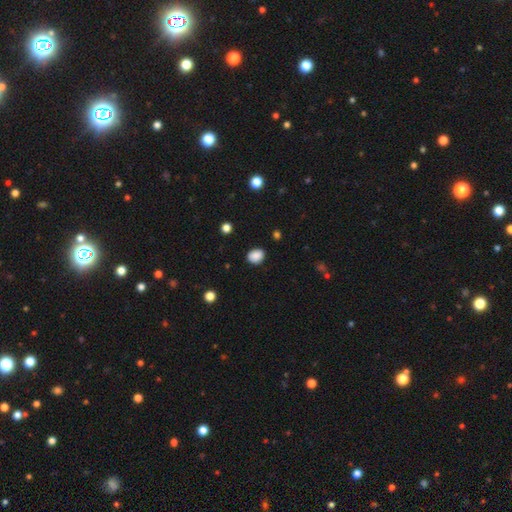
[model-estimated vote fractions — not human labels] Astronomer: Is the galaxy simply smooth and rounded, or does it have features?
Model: smooth — 87%.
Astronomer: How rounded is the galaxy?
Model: in between — 53% (runner-up: round, 46%).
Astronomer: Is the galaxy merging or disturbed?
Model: none — 83%.